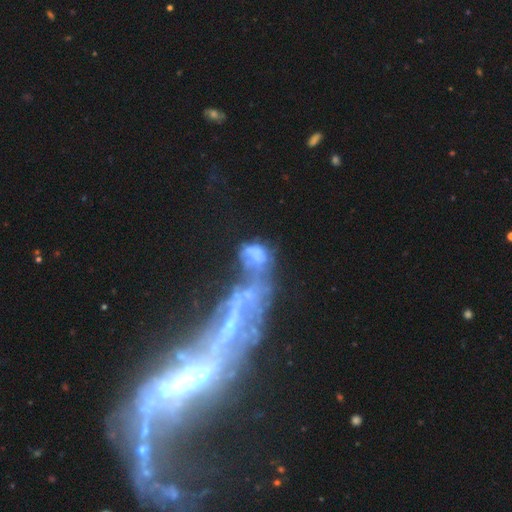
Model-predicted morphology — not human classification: type=featured or disk (50%); merging=merger (63%).